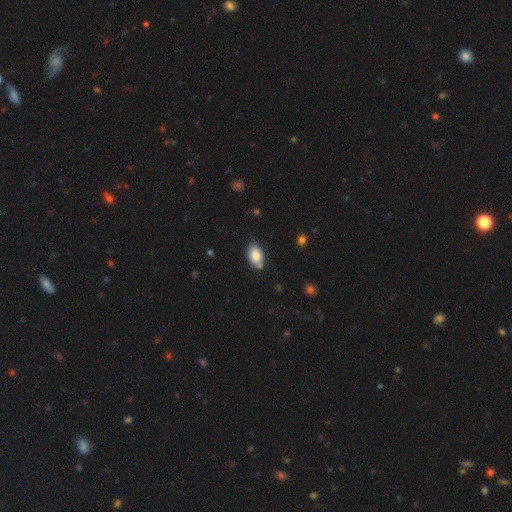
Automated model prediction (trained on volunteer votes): A smooth galaxy with no disk features (85%) that is in between round and cigar-shaped (91%).

Vote fractions:
- Smooth or featured? smooth: 85% / star or artifact: 8% / featured or disk: 7%
- How rounded? in between: 91% / round: 7% / cigar-shaped: 2%
- Merging? none: 72% / minor disturbance: 18% / merger: 6% / major disturbance: 4%